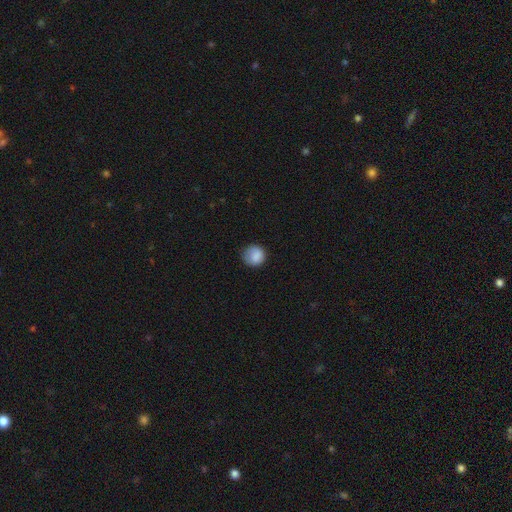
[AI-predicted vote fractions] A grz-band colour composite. It shows a smooth galaxy with no disk features (85%) that is round (85%). Merging: none (71%).